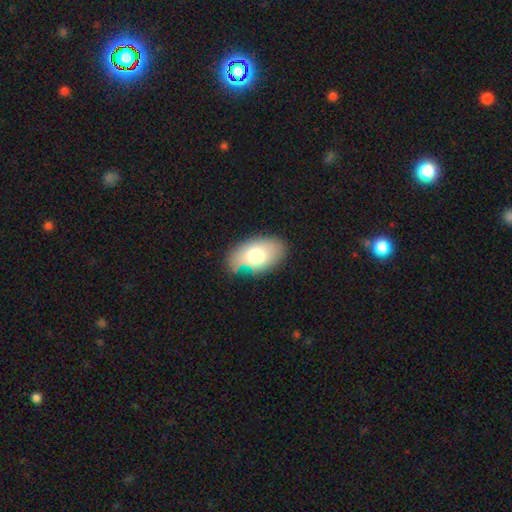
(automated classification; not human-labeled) Smooth or featured?
  - smooth: 73% *
  - featured or disk: 18%
  - star or artifact: 9%
How rounded?
  - in between: 91% *
  - round: 7%
  - cigar-shaped: 2%
Merging?
  - none: 73% *
  - minor disturbance: 19%
  - major disturbance: 6%
  - merger: 3%